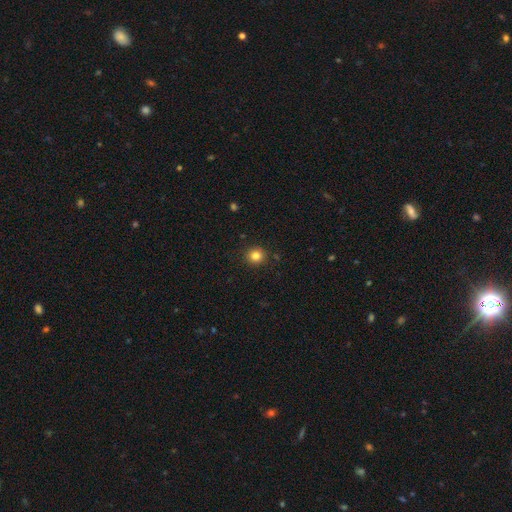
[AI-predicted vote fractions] Smooth or featured: smooth — 83% (star or artifact — 12%)
How rounded: round — 88% (in between — 11%)
Merging: none — 90% (minor disturbance — 7%)